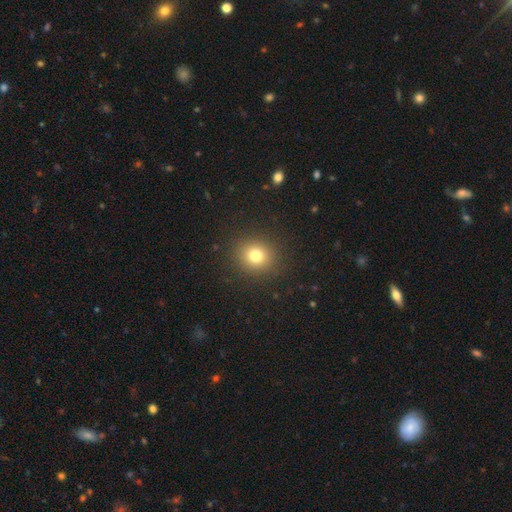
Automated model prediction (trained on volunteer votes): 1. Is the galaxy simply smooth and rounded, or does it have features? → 77% smooth, 14% star or artifact, 8% featured or disk.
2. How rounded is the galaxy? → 85% round, 15% in between, 1% cigar-shaped.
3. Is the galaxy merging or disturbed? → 90% none, 6% minor disturbance, 3% major disturbance, 1% merger.